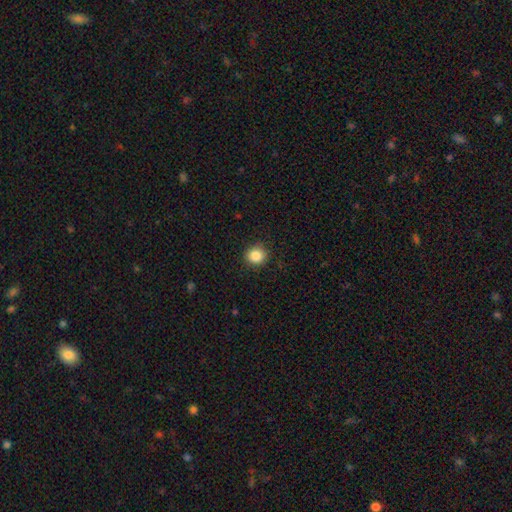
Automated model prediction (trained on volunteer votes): A smooth galaxy with no disk features (86%) that is round (86%).

Vote fractions:
- Smooth or featured? smooth: 86% / star or artifact: 10% / featured or disk: 4%
- How rounded? round: 86% / in between: 13% / cigar-shaped: 1%
- Merging? none: 89% / minor disturbance: 8% / major disturbance: 2% / merger: 1%